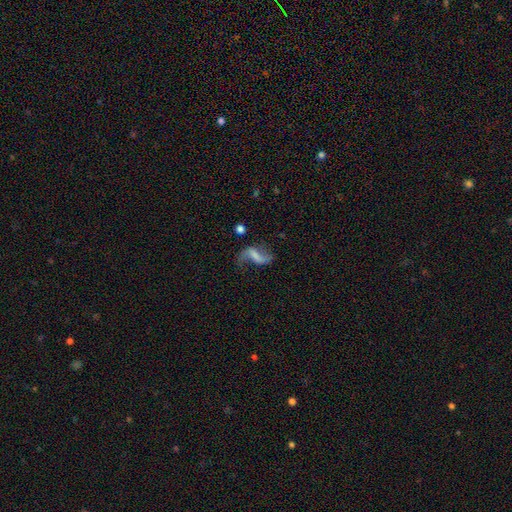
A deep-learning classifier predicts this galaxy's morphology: The model was most divided on "bar": weak: 40%, strong: 36%, no: 24%. More confident: edge-on disk — no (96%); spiral arms — yes (90%); spiral arm count — 2 (88%); spiral winding — loose (88%); smooth or featured — featured or disk (75%); merging — none (59%); bulge size — none (51%).